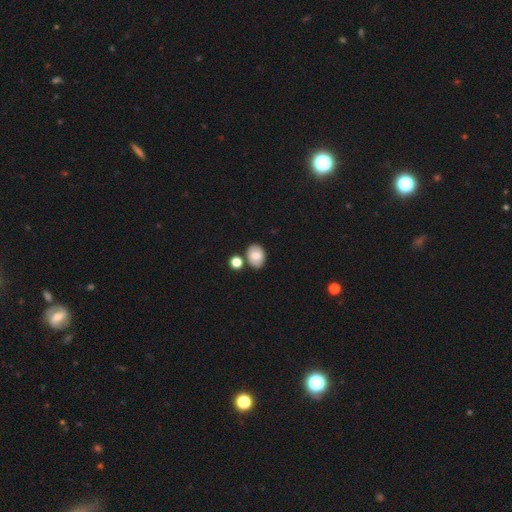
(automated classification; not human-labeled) Smooth or featured?
  - smooth: 80% *
  - featured or disk: 11%
  - star or artifact: 9%
How rounded?
  - in between: 75% *
  - round: 24%
  - cigar-shaped: 1%
Merging?
  - none: 72% *
  - minor disturbance: 14%
  - merger: 12%
  - major disturbance: 3%